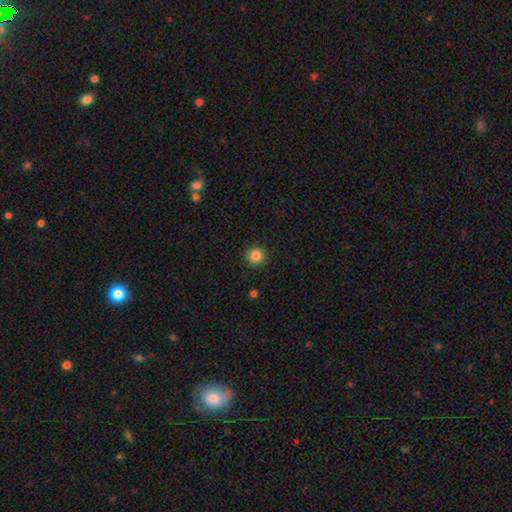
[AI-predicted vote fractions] smooth-or-featured: smooth: 85% | star or artifact: 11% | featured or disk: 4%
  how-rounded: round: 95% | in between: 4% | cigar-shaped: 1%
  merging: none: 92% | minor disturbance: 5% | major disturbance: 2% | merger: 1%